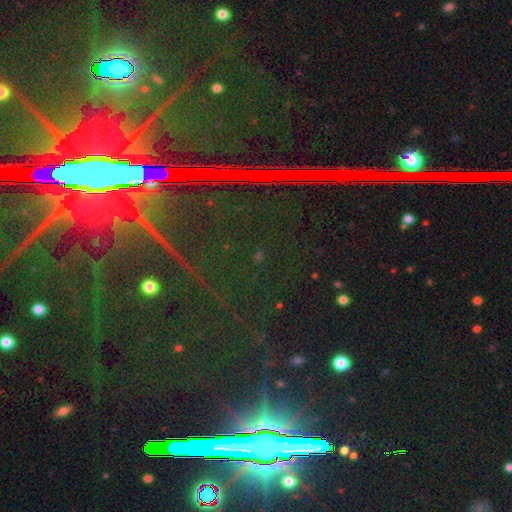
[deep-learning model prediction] Morphology: type=star or artifact (85%).